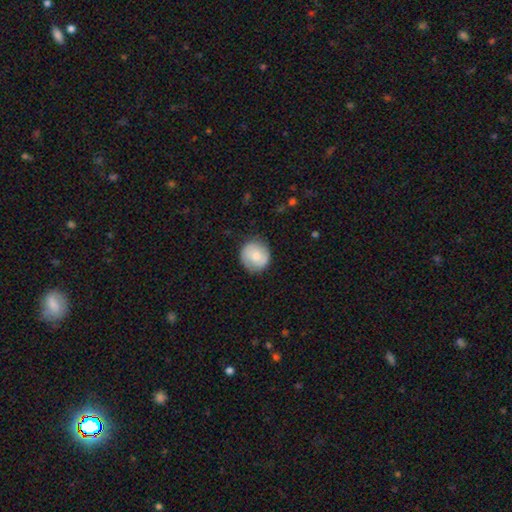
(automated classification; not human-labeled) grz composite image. It shows a smooth galaxy with no disk features (71%) that is round (90%). Merging: none (82%).